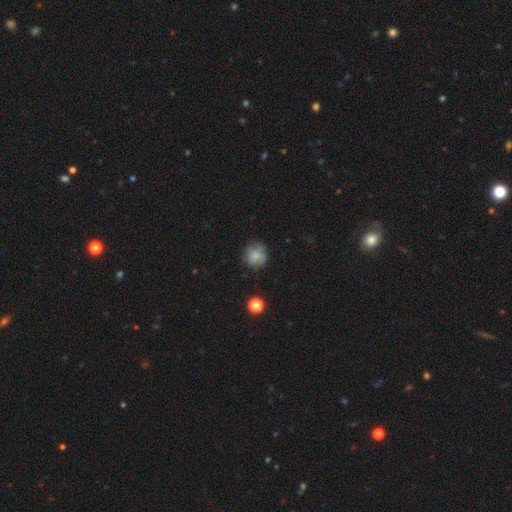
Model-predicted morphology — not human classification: Smooth or featured? smooth (80%)
How rounded? round (88%)
Merging? none (75%)